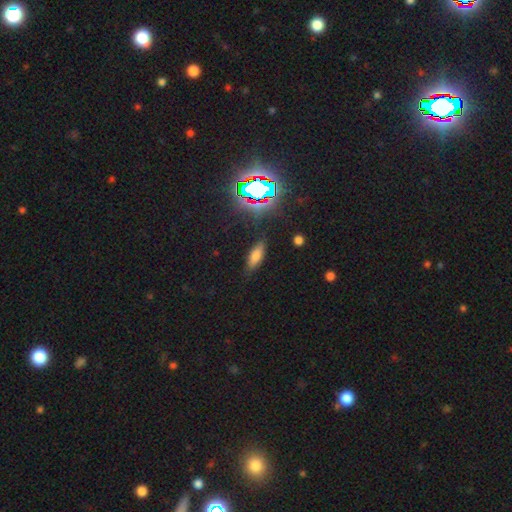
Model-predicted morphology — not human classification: type=smooth (68%); roundness=in between (65%); merging=none (81%).